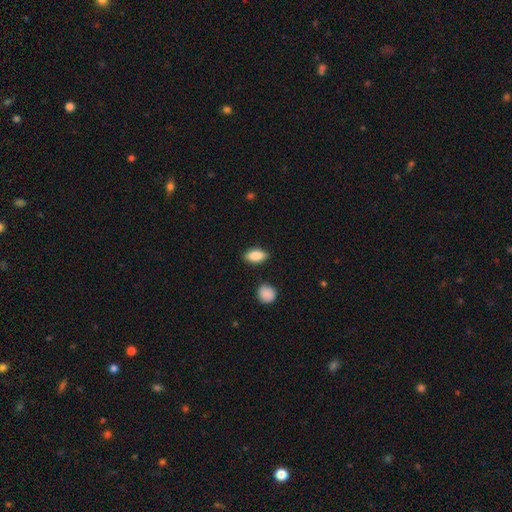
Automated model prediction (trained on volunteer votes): smooth 85%, featured or disk 7%, star or artifact 7%. Down the decision tree: how rounded — in between (88%); merging — none (85%).